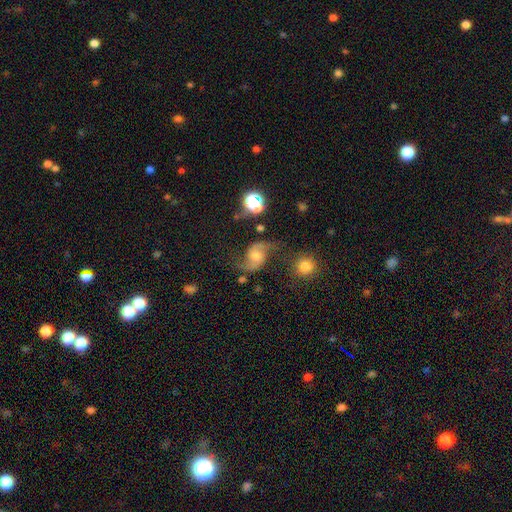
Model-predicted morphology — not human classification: This appears to be a featured or disk galaxy (81%) with no bar (54%), 2 (94%) loose (71%) spiral arms (97%) and a moderate central bulge (45%). Merging: none (66%).